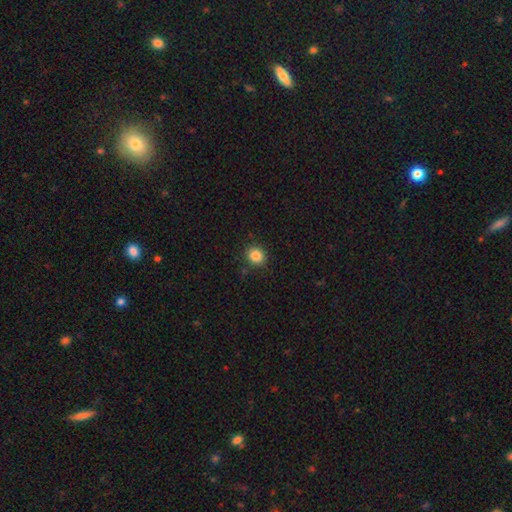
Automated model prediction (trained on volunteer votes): smooth 85%, star or artifact 10%, featured or disk 5%. Down the decision tree: how rounded — round (73%); merging — none (88%).